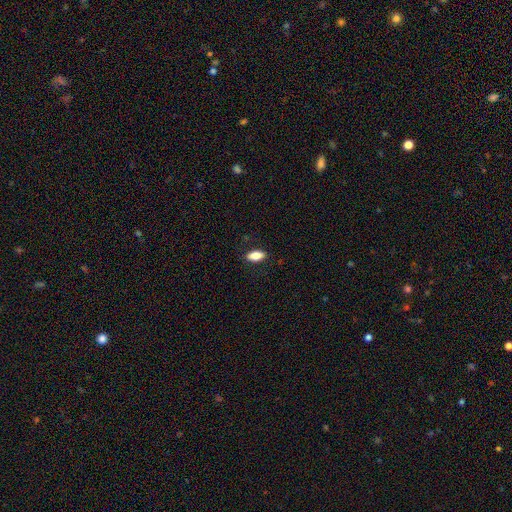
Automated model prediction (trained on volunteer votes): Smooth or featured: smooth — 82% (featured or disk — 11%)
How rounded: in between — 83% (cigar-shaped — 14%)
Merging: none — 87% (minor disturbance — 10%)